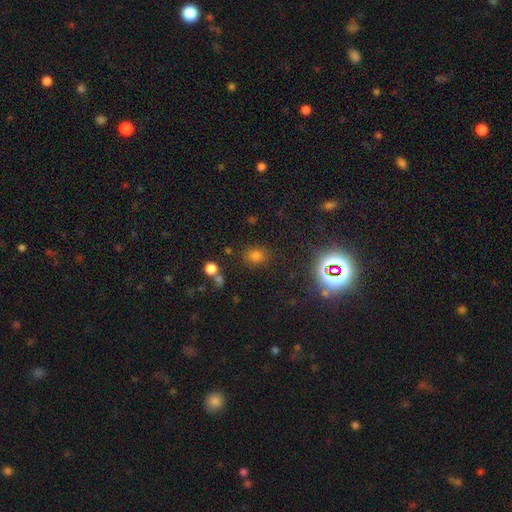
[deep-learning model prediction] smooth 66%, star or artifact 28%, featured or disk 6%. Down the decision tree: how rounded — round (69%); merging — none (83%).